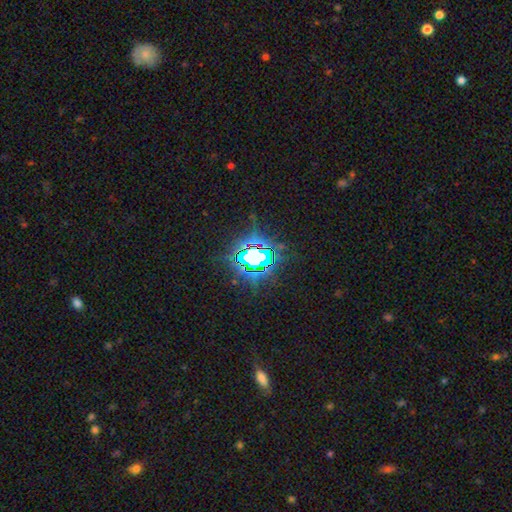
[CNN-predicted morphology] smooth-or-featured: star or artifact: 76% | smooth: 13% | featured or disk: 11%